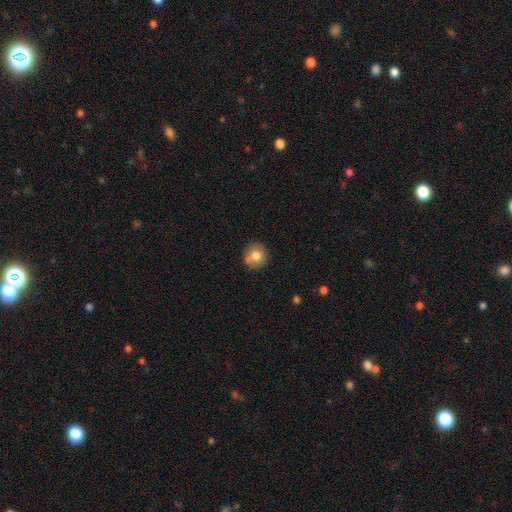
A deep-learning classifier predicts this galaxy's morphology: Q: Smooth or featured?
A: smooth (76%); runner-up: featured or disk (15%)
Q: How rounded?
A: round (89%); runner-up: in between (10%)
Q: Merging?
A: none (71%); runner-up: merger (14%)